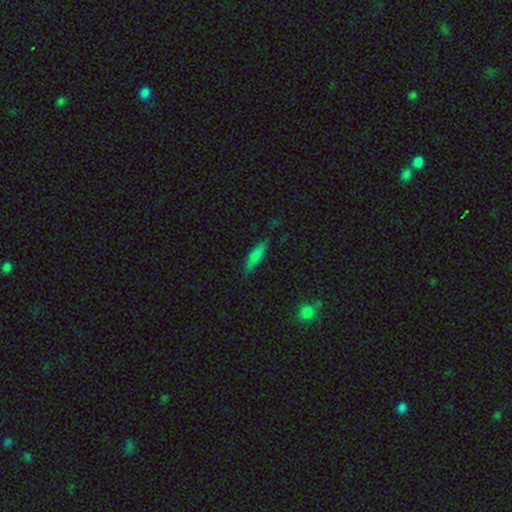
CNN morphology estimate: This appears to be a smooth galaxy with no disk features (78%) that is cigar-shaped (56%). Merging: none (80%).